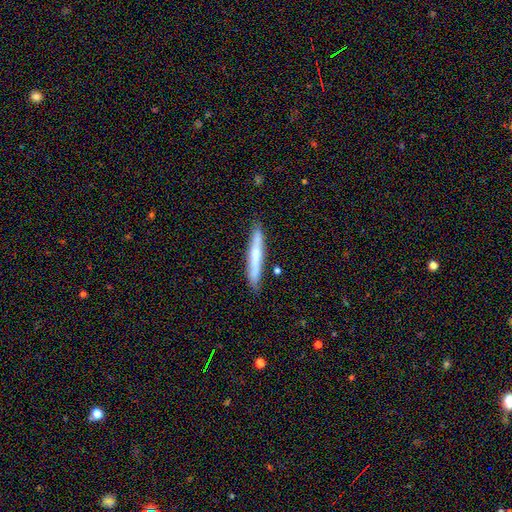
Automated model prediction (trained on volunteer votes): The model was most divided on "smooth or featured": smooth: 53%, featured or disk: 41%, star or artifact: 6%. More confident: how rounded — cigar-shaped (94%); merging — none (85%).